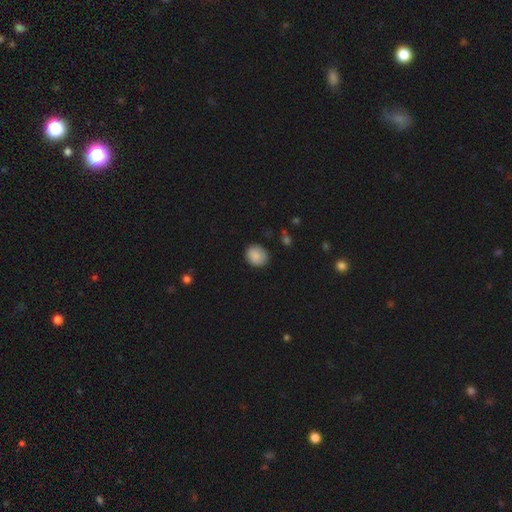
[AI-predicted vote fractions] Smooth or featured?
  - smooth: 87% *
  - star or artifact: 8%
  - featured or disk: 5%
How rounded?
  - round: 75% *
  - in between: 24%
  - cigar-shaped: 1%
Merging?
  - none: 84% *
  - minor disturbance: 12%
  - major disturbance: 2%
  - merger: 1%